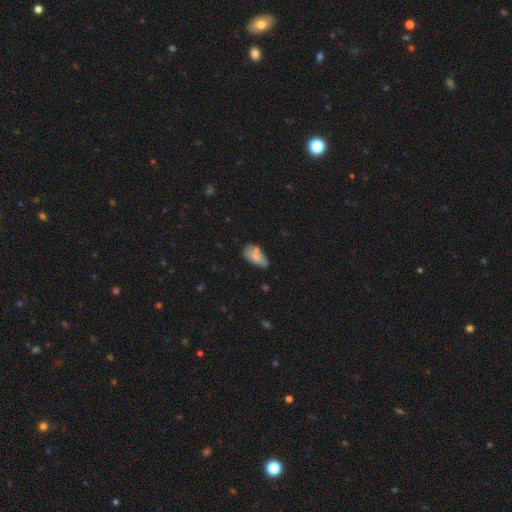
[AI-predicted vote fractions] Smooth or featured? Predicted: smooth (p=0.72). How rounded? Predicted: in between (p=0.90). Merging? Predicted: none (p=0.46).